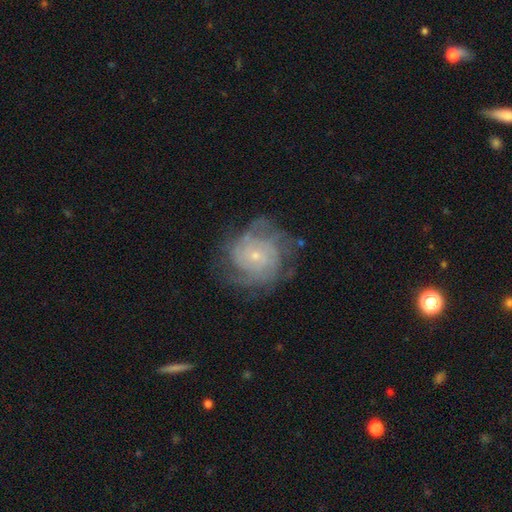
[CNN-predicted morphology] A featured or disk galaxy (80%) with no bar (77%), tight (65%) spiral arms (93%) and a small central bulge (79%).

Vote fractions:
- Smooth or featured? featured or disk: 80% / smooth: 12% / star or artifact: 8%
- Edge-on disk? no: 98% / yes: 2%
- Bar? no: 77% / weak: 20% / strong: 3%
- Spiral arms? yes: 93% / no: 7%
- Spiral winding? tight: 65% / medium: 27% / loose: 7%
- Spiral arm count? can't tell: 36% / 3: 18% / 4: 17% / 2: 16% / more than 4: 7% / 1: 6%
- Bulge size? small: 79% / moderate: 16% / none: 2% / large: 1% / dominant: 1%
- Merging? none: 68% / minor disturbance: 19% / major disturbance: 11% / merger: 2%